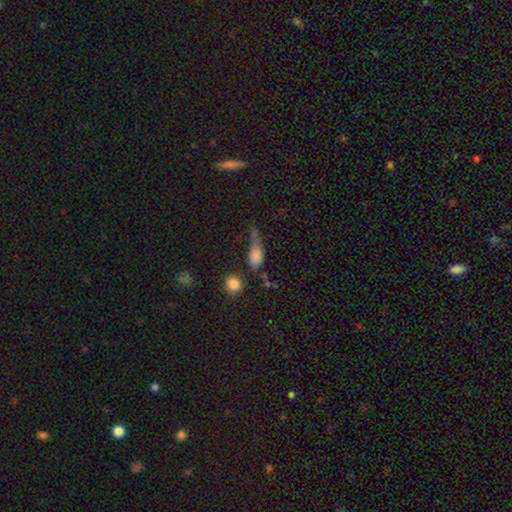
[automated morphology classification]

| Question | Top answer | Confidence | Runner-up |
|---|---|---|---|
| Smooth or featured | smooth | 68% | featured or disk (18%) |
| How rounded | in between | 64% | cigar-shaped (21%) |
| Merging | major disturbance | 31% | none (29%) |